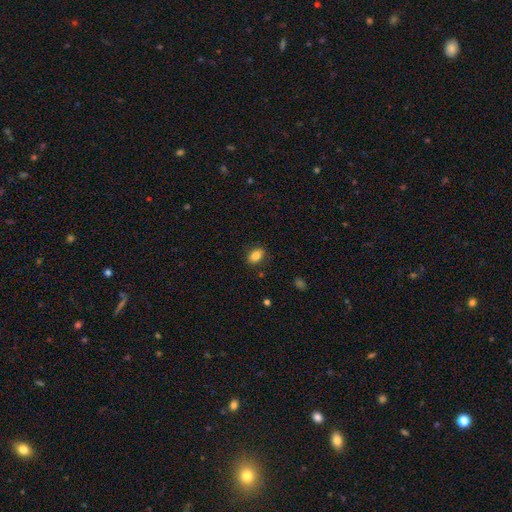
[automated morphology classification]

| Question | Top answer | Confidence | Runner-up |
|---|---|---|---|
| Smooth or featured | smooth | 83% | star or artifact (9%) |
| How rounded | in between | 80% | round (17%) |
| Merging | none | 85% | minor disturbance (11%) |